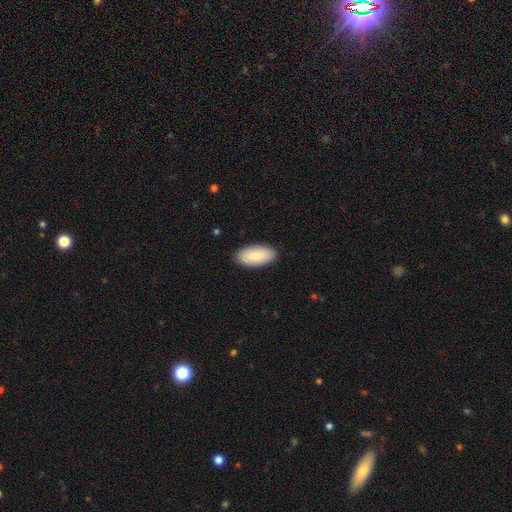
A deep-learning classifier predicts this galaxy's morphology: Smooth or featured? Predicted: smooth (p=0.82). How rounded? Predicted: in between (p=0.94). Merging? Predicted: none (p=0.88).